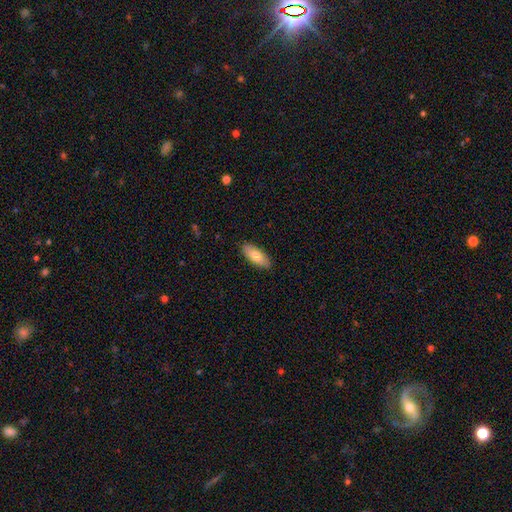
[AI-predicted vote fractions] Q: Smooth or featured?
A: smooth (78%); runner-up: featured or disk (16%)
Q: How rounded?
A: in between (77%); runner-up: cigar-shaped (21%)
Q: Merging?
A: none (89%); runner-up: minor disturbance (9%)